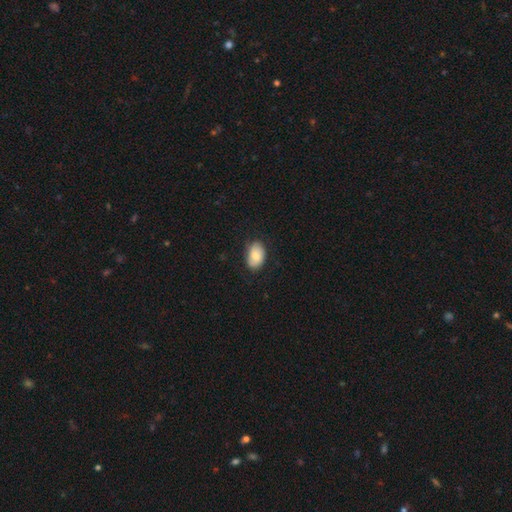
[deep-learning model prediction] Smooth or featured: smooth — 78% (featured or disk — 15%)
How rounded: in between — 89% (round — 10%)
Merging: none — 76% (minor disturbance — 20%)